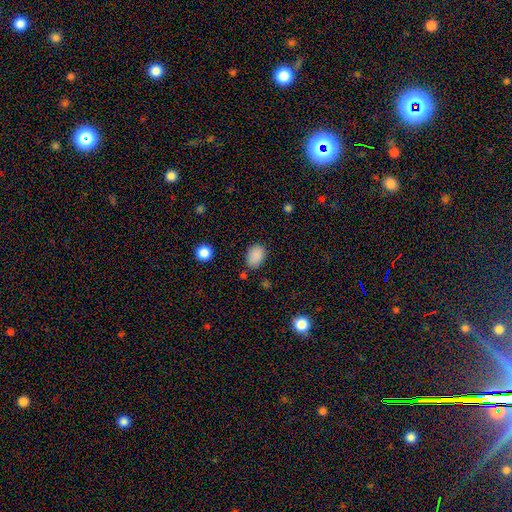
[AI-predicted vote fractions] smooth_or_featured: smooth (p=0.87) [alt: star or artifact p=0.09]
how_rounded: in between (p=0.81) [alt: round p=0.17]
merging: none (p=0.80) [alt: minor disturbance p=0.14]